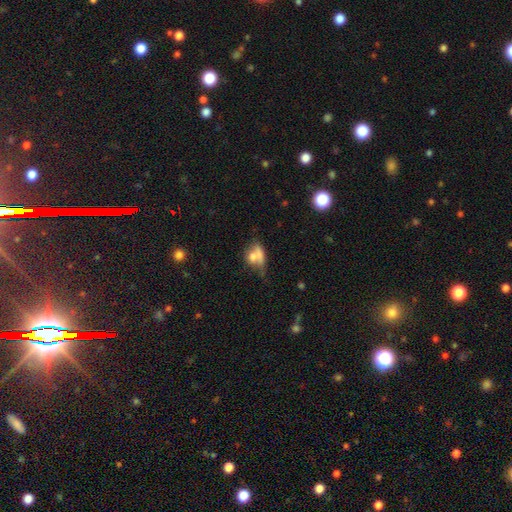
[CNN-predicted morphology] A smooth galaxy with no disk features (62%) that is in between round and cigar-shaped (57%). Merging: merger (45%).